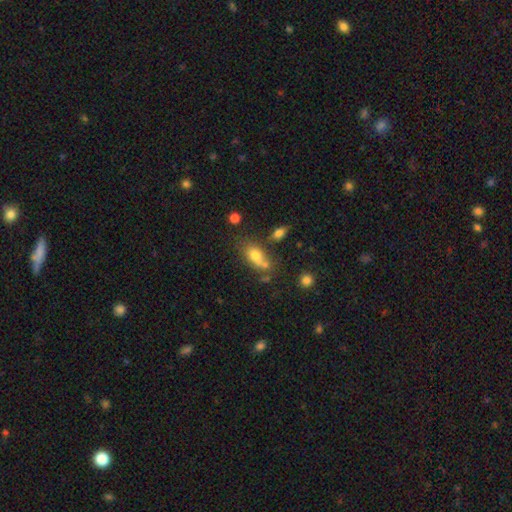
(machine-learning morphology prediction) Smooth or featured? smooth (70%)
How rounded? in between (74%)
Merging? none (42%)